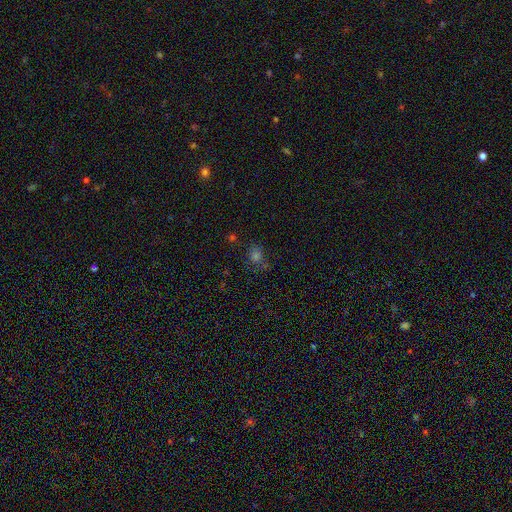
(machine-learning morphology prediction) Smooth or featured: smooth — 61% (star or artifact — 31%)
How rounded: round — 74% (in between — 25%)
Merging: none — 71% (minor disturbance — 16%)